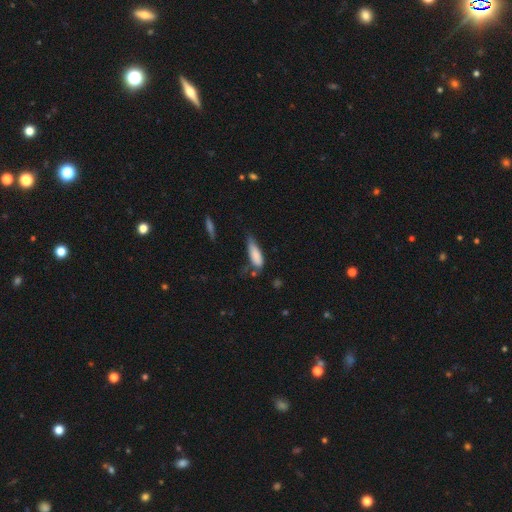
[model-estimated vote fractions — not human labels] The model was most divided on "merging": minor disturbance: 43%, none: 36%, major disturbance: 16%, merger: 5%. More confident: smooth or featured — smooth (82%); how rounded — in between (58%).